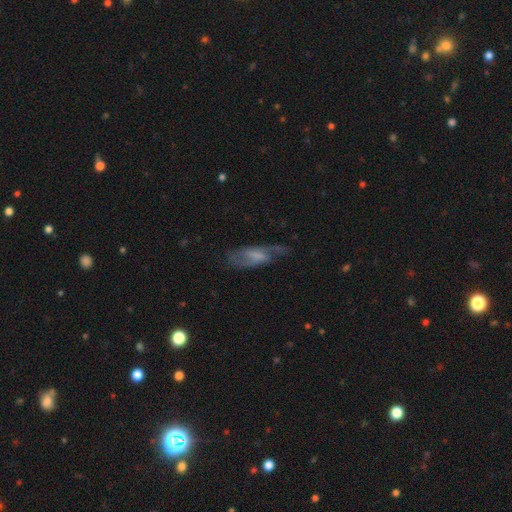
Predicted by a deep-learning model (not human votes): A featured or disk galaxy (59%).

Vote fractions:
- Smooth or featured? featured or disk: 59% / smooth: 33% / star or artifact: 8%
- Edge-on disk? no: 85% / yes: 15%
- Merging? none: 56% / minor disturbance: 24% / major disturbance: 18% / merger: 2%